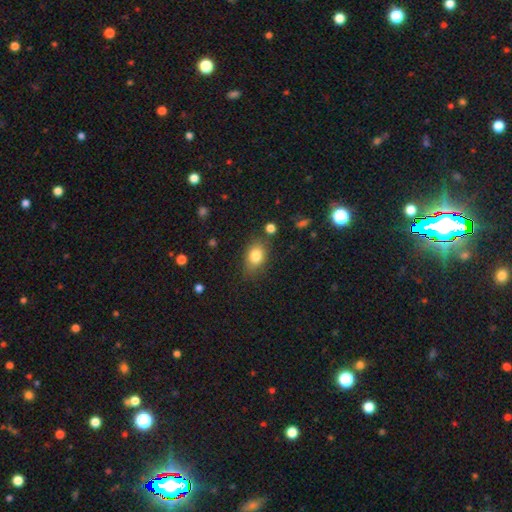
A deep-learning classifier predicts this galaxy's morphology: smooth-or-featured: smooth: 81% | star or artifact: 10% | featured or disk: 9%
  how-rounded: in between: 73% | round: 25% | cigar-shaped: 2%
  merging: none: 75% | minor disturbance: 17% | major disturbance: 5% | merger: 4%